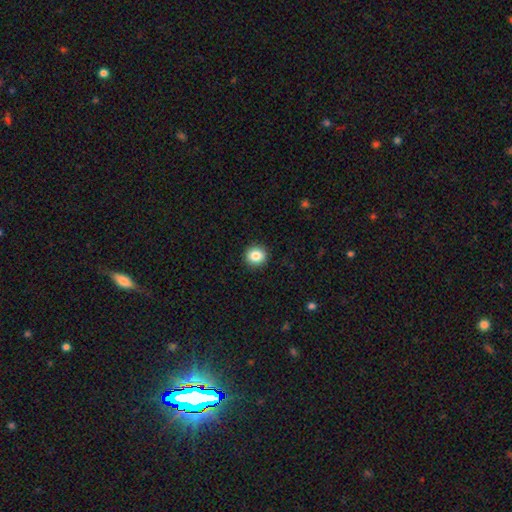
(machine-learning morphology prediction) A smooth galaxy with no disk features (85%) that is round (88%).

Vote fractions:
- Smooth or featured? smooth: 85% / star or artifact: 10% / featured or disk: 5%
- How rounded? round: 88% / in between: 11% / cigar-shaped: 1%
- Merging? none: 92% / minor disturbance: 6% / major disturbance: 2% / merger: 1%